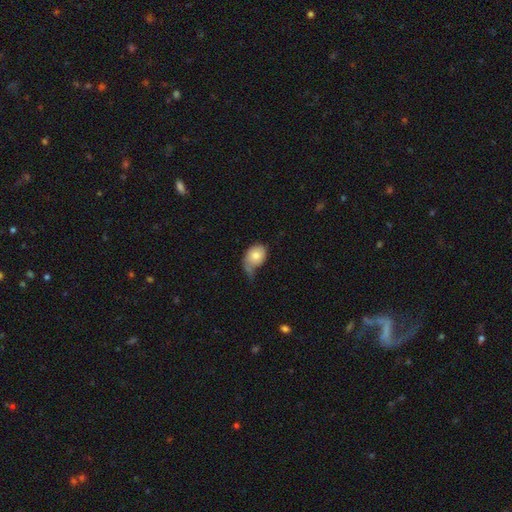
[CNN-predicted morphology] Q: Smooth or featured?
A: smooth (75%); runner-up: featured or disk (18%)
Q: How rounded?
A: in between (71%); runner-up: round (28%)
Q: Merging?
A: minor disturbance (35%); runner-up: major disturbance (32%)